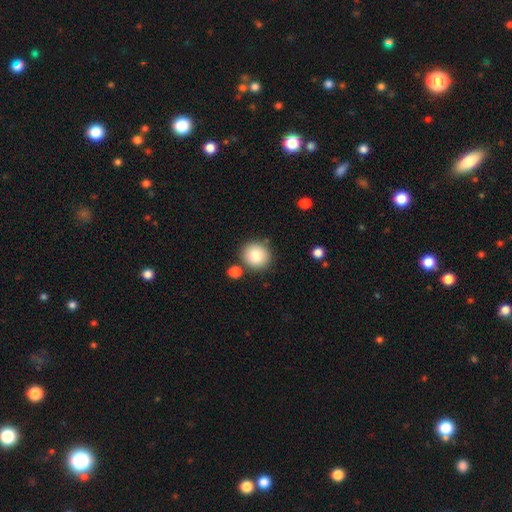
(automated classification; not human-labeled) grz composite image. It shows a smooth galaxy with no disk features (82%) that is round (90%). Merging: none (81%).